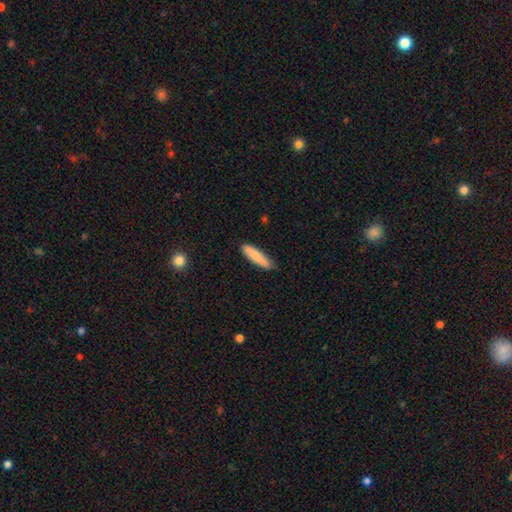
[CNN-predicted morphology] Smooth or featured: smooth — 84% (featured or disk — 10%)
How rounded: cigar-shaped — 79% (in between — 20%)
Merging: none — 87% (minor disturbance — 10%)